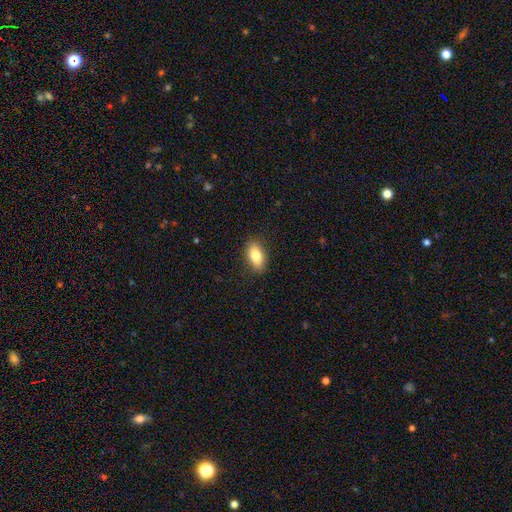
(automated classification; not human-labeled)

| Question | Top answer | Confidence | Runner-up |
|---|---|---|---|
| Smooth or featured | smooth | 82% | featured or disk (11%) |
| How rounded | in between | 87% | cigar-shaped (7%) |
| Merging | none | 88% | minor disturbance (9%) |